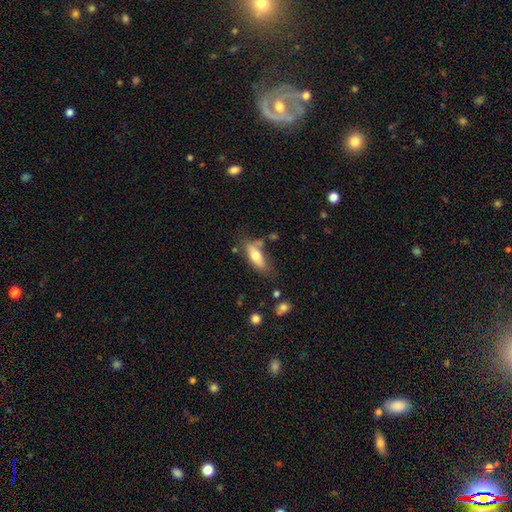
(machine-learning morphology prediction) Overall: smooth (68%). How rounded: in between (67%; cigar-shaped 31%). Merging: none (56%; minor disturbance 25%).